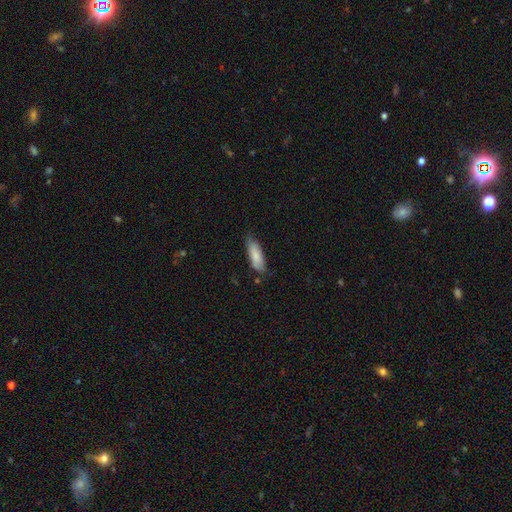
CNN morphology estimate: smooth-or-featured: smooth: 83% | featured or disk: 12% | star or artifact: 6%
  how-rounded: in between: 62% | cigar-shaped: 37% | round: 2%
  merging: none: 70% | minor disturbance: 24% | major disturbance: 4% | merger: 2%